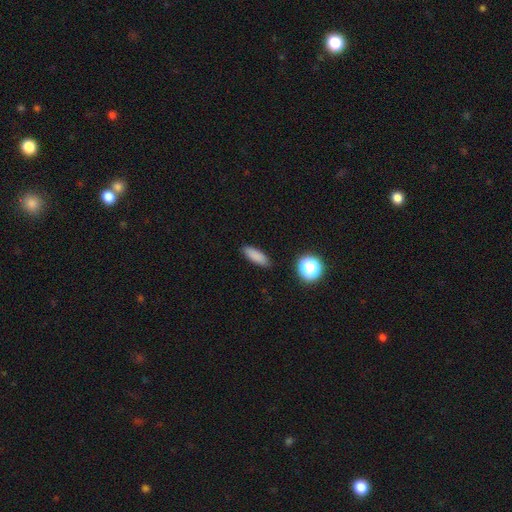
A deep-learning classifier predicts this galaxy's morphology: This appears to be a smooth galaxy with no disk features (84%) that is in between round and cigar-shaped (57%). Merging: none (87%).